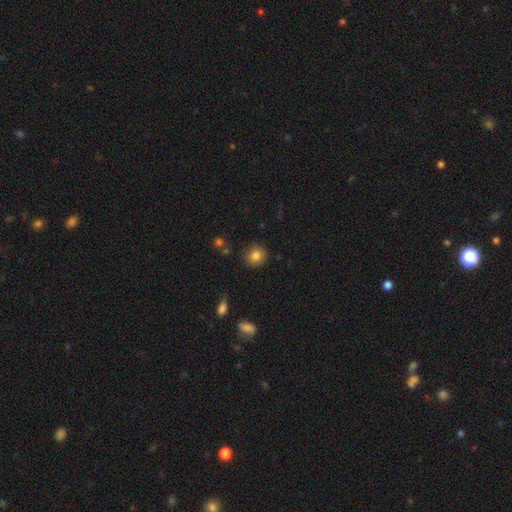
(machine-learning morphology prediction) Q: Smooth or featured?
A: smooth (83%); runner-up: star or artifact (10%)
Q: How rounded?
A: round (80%); runner-up: in between (19%)
Q: Merging?
A: none (85%); runner-up: minor disturbance (11%)